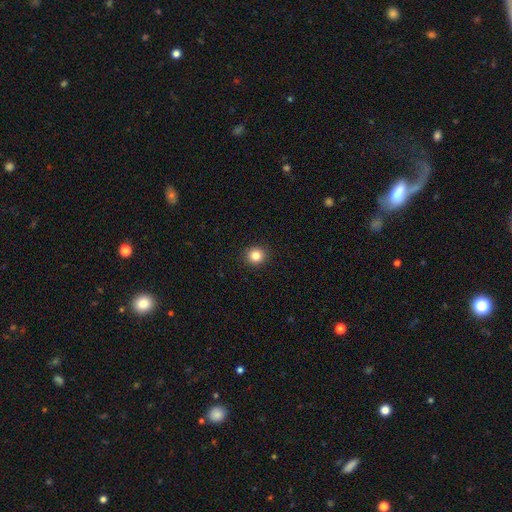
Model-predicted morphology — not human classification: Smooth or featured: smooth — 83% (star or artifact — 12%)
How rounded: round — 91% (in between — 8%)
Merging: none — 92% (minor disturbance — 5%)